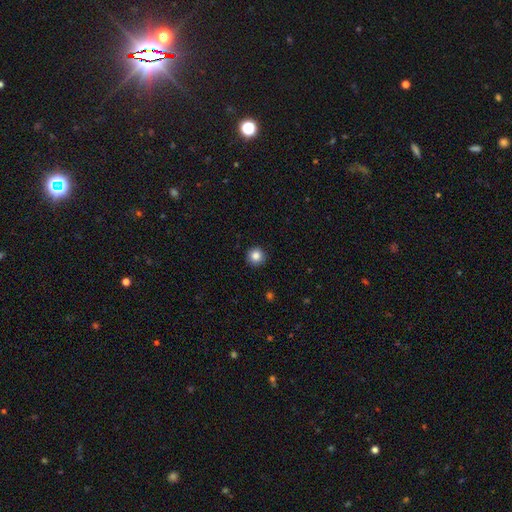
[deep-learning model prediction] The model was most divided on "smooth or featured": smooth: 85%, star or artifact: 10%, featured or disk: 5%. More confident: how rounded — round (95%); merging — none (92%).